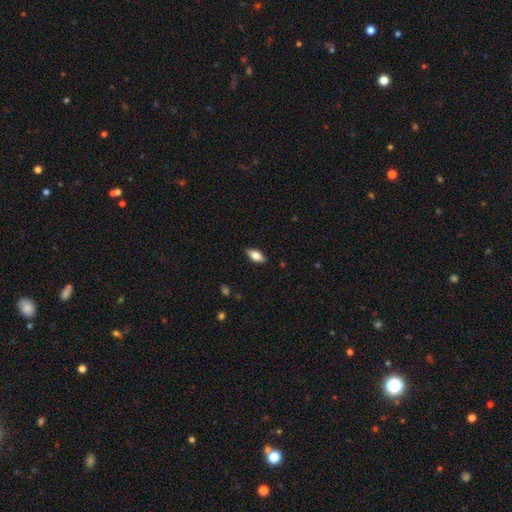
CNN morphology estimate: smooth_or_featured: smooth (p=0.71) [alt: featured or disk p=0.22]
how_rounded: in between (p=0.87) [alt: cigar-shaped p=0.10]
merging: none (p=0.88) [alt: minor disturbance p=0.09]